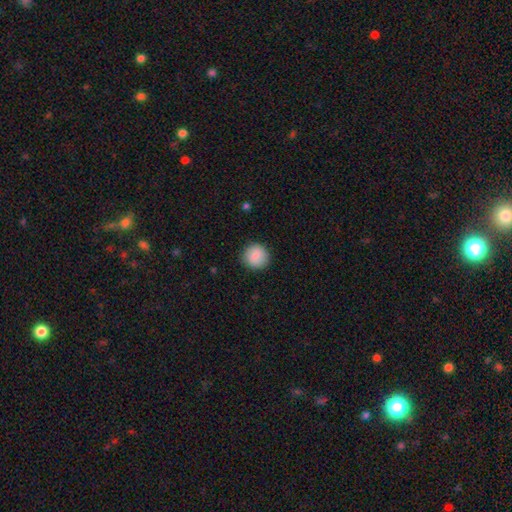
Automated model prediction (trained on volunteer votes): smooth-or-featured: smooth: 88% | star or artifact: 7% | featured or disk: 5%
  how-rounded: round: 93% | in between: 6% | cigar-shaped: 1%
  merging: none: 89% | minor disturbance: 8% | major disturbance: 2% | merger: 1%